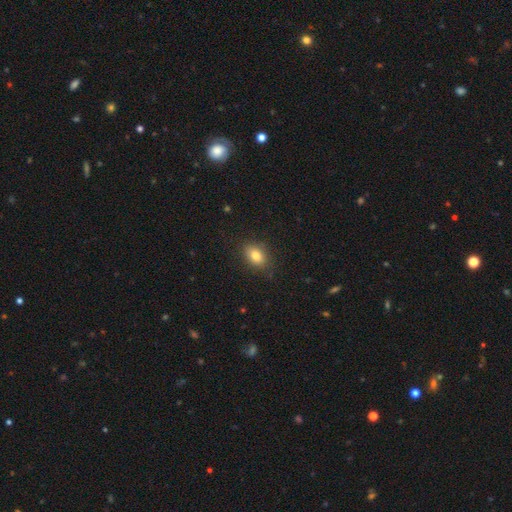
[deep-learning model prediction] smooth 81%, star or artifact 10%, featured or disk 9%. Down the decision tree: how rounded — in between (78%); merging — none (83%).